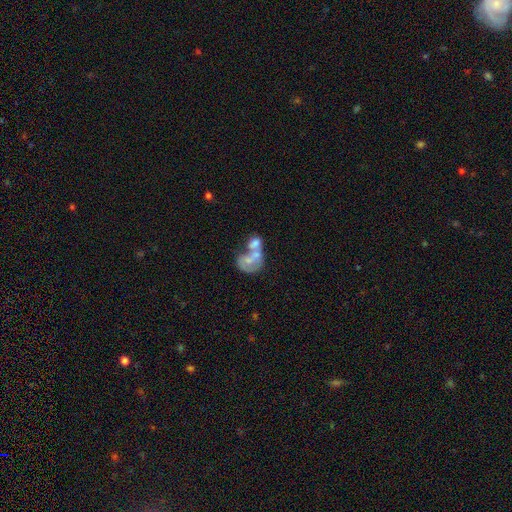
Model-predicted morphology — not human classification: This is possibly a featured or disk galaxy (50%). Merging: likely merger (64%).